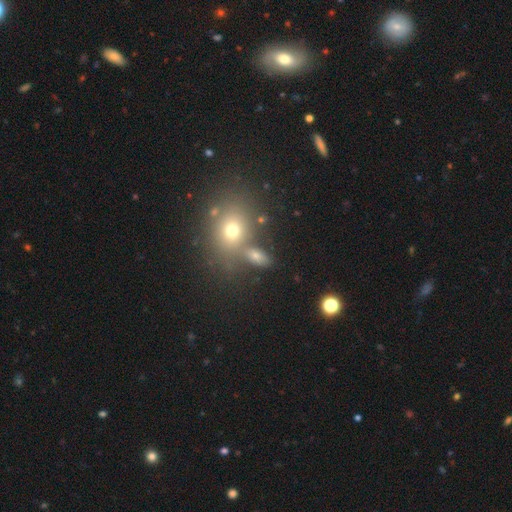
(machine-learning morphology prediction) Smooth or featured? smooth (69%)
How rounded? in between (72%)
Merging? none (62%)